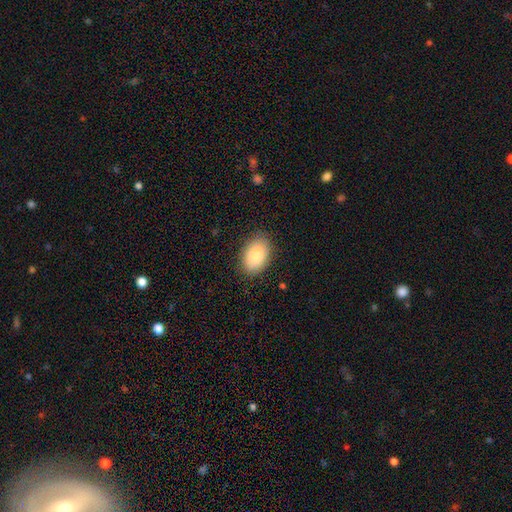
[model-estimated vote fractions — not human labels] Q: Smooth or featured?
A: smooth (82%); runner-up: featured or disk (11%)
Q: How rounded?
A: in between (87%); runner-up: round (12%)
Q: Merging?
A: none (86%); runner-up: minor disturbance (11%)